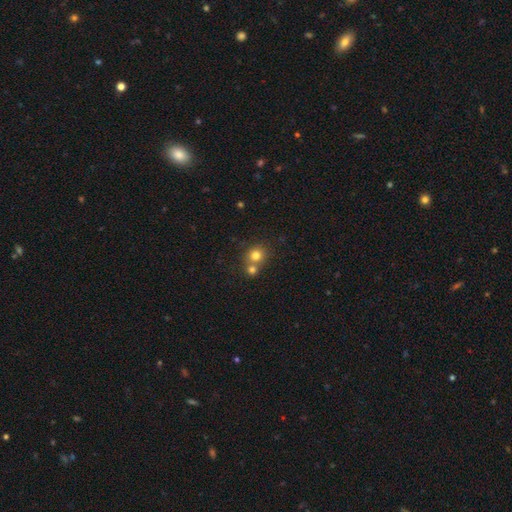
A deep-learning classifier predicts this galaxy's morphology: Smooth or featured: smooth — 78% (star or artifact — 13%)
How rounded: round — 84% (in between — 15%)
Merging: none — 49% (merger — 42%)